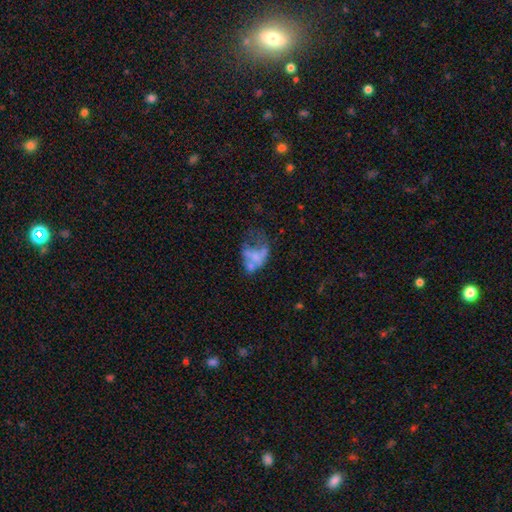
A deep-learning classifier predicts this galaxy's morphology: This is possibly a featured or disk galaxy (48%). Merging: marginally major disturbance (41%).